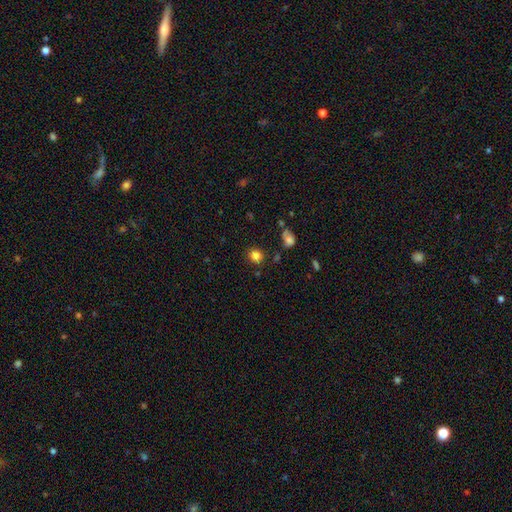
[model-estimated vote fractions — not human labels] Smooth or featured? smooth (82%)
How rounded? round (83%)
Merging? none (85%)